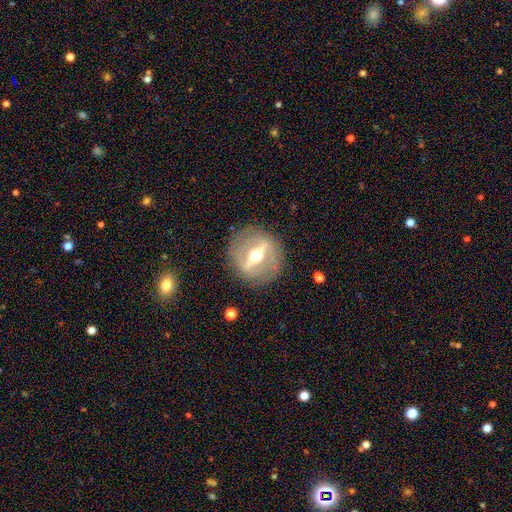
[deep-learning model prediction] A featured or disk galaxy (83%). Merging: none (85%).